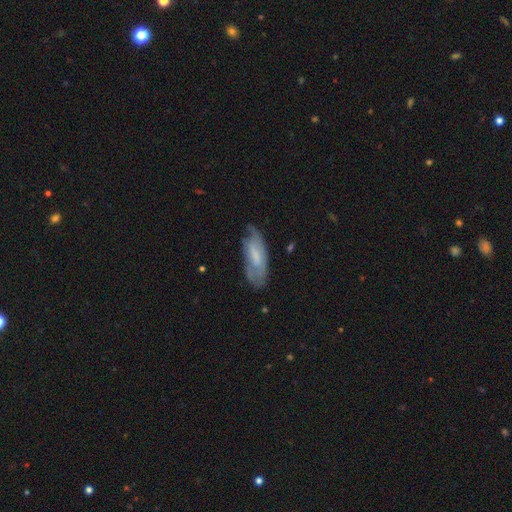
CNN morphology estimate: Q: Smooth or featured?
A: featured or disk (49%); runner-up: smooth (44%)
Q: Merging?
A: none (62%); runner-up: minor disturbance (27%)